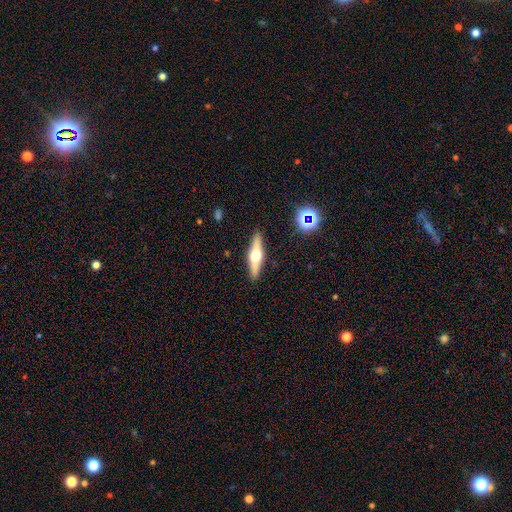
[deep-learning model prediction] A featured or disk galaxy (62%) viewed edge-on (94%) with a rounded central bulge (95%).

Vote fractions:
- Smooth or featured? featured or disk: 62% / smooth: 31% / star or artifact: 7%
- Edge-on disk? yes: 94% / no: 6%
- Edge-on bulge? rounded: 95% / boxy: 3% / none: 2%
- Merging? none: 90% / minor disturbance: 7% / major disturbance: 2% / merger: 1%